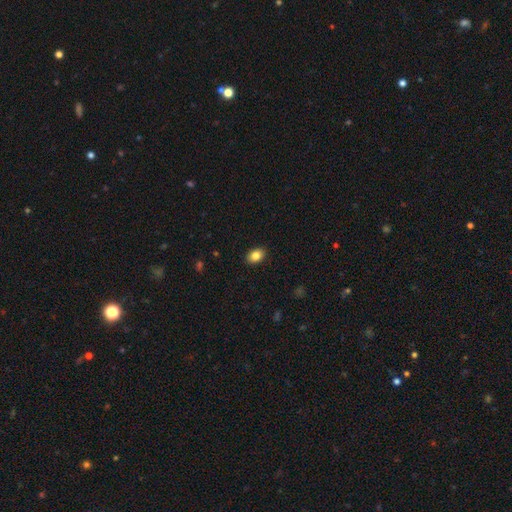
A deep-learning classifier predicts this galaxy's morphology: Q: Smooth or featured?
A: smooth (85%); runner-up: star or artifact (9%)
Q: How rounded?
A: in between (80%); runner-up: round (19%)
Q: Merging?
A: none (89%); runner-up: minor disturbance (8%)